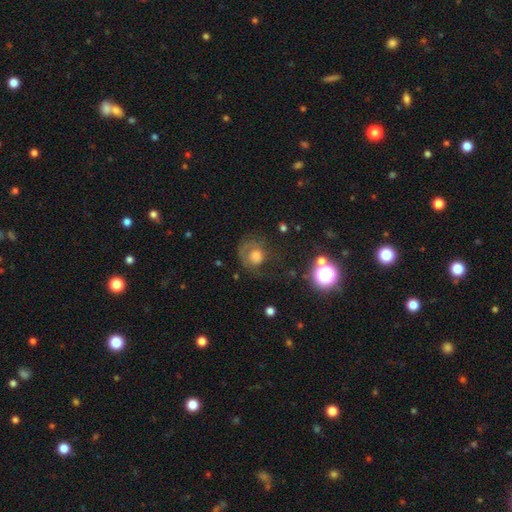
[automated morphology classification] Smooth or featured: smooth — 51% (featured or disk — 34%)
How rounded: round — 76% (in between — 23%)
Merging: none — 44% (major disturbance — 33%)